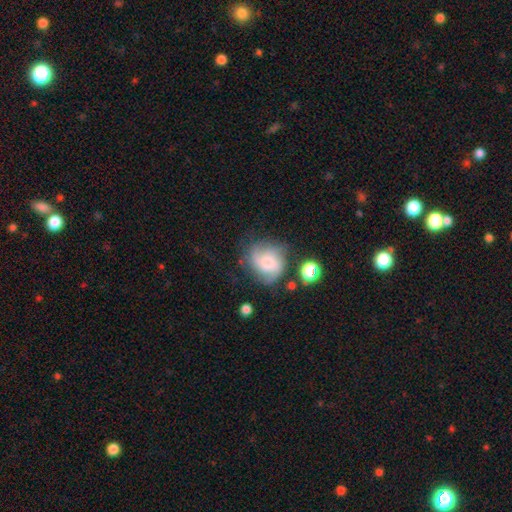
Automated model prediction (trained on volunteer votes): smooth_or_featured: featured or disk (p=0.55) [alt: smooth p=0.34]
disk_edge_on: no (p=0.97) [alt: yes p=0.03]
bar: no (p=0.68) [alt: weak p=0.27]
has_spiral_arms: yes (p=0.87) [alt: no p=0.13]
bulge_size: moderate (p=0.38) [alt: small p=0.37]
merging: none (p=0.60) [alt: minor disturbance p=0.22]